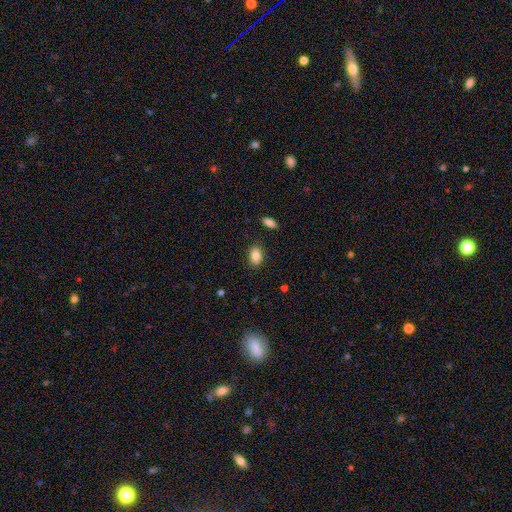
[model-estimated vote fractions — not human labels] The model was most divided on "how rounded": in between: 84%, round: 14%, cigar-shaped: 2%. More confident: merging — none (86%); smooth or featured — smooth (84%).